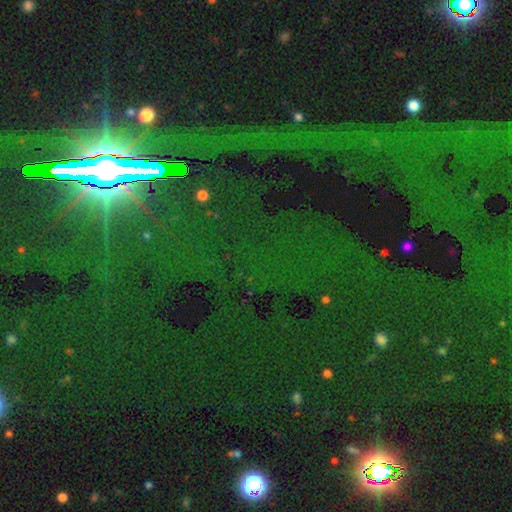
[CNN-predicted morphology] Smooth or featured: star or artifact — 85% (featured or disk — 8%)